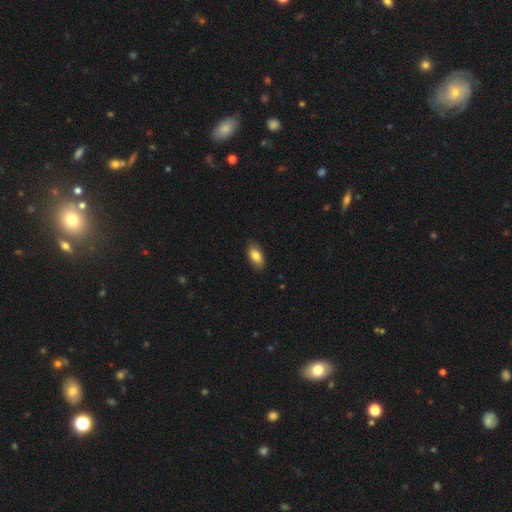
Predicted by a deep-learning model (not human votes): The model was most divided on "smooth or featured": smooth: 84%, featured or disk: 10%, star or artifact: 7%. More confident: how rounded — in between (92%); merging — none (86%).